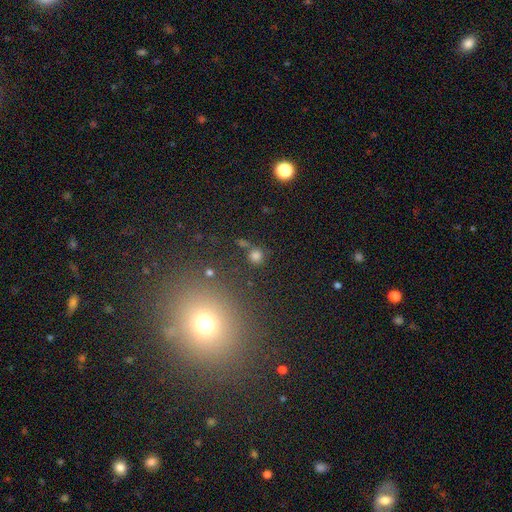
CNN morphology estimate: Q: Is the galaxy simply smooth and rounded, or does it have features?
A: smooth — 76%.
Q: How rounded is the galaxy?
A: round — 91%.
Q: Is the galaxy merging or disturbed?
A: none — 74%.